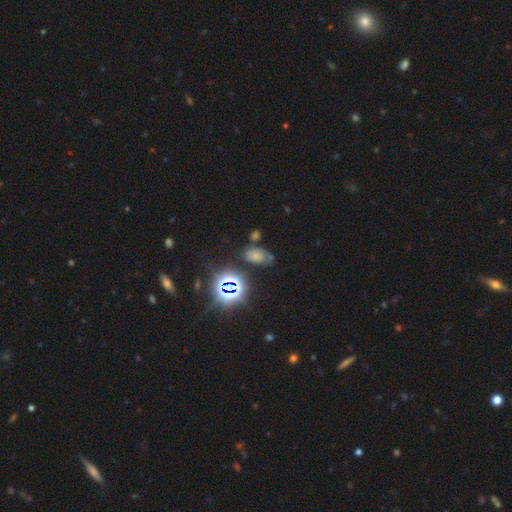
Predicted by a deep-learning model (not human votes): smooth_or_featured: smooth (p=0.47) [alt: star or artifact p=0.35]
merging: none (p=0.56) [alt: minor disturbance p=0.23]